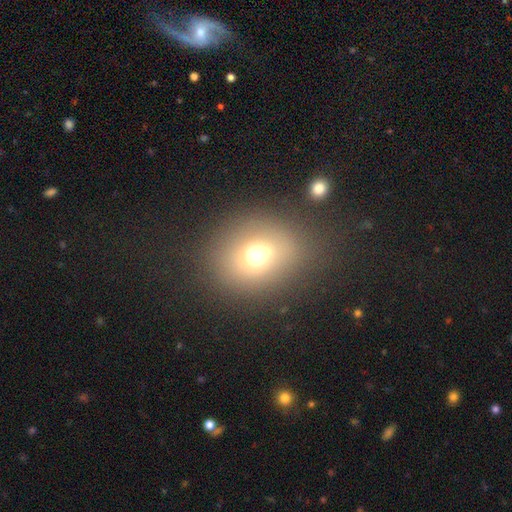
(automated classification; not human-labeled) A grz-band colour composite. It shows a smooth galaxy with no disk features (66%) that is round (69%). Merging: none (58%).